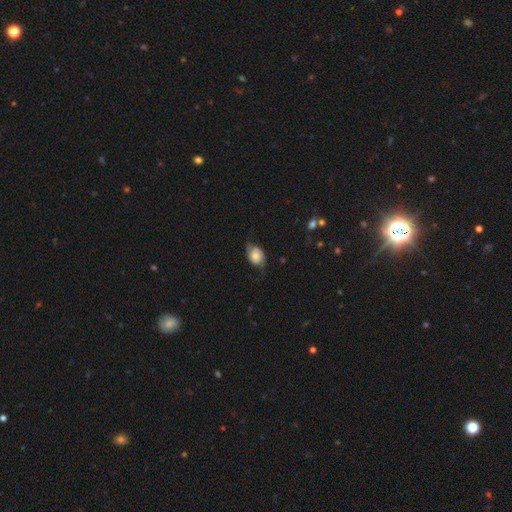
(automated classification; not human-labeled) This is possibly a smooth galaxy (51%). How rounded: likely in between (69%). Merging: possibly none (58%).